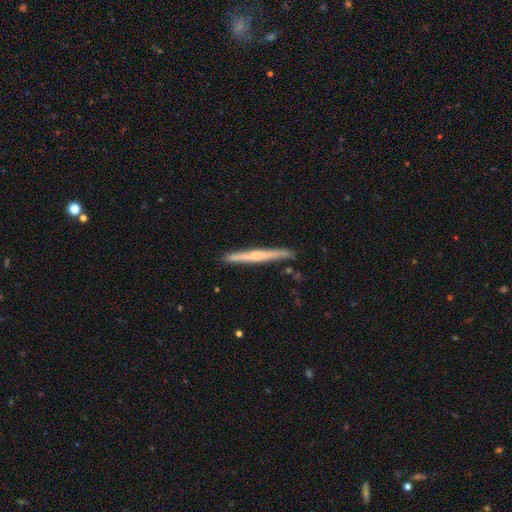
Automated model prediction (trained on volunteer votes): Overall: featured or disk (56%; smooth 39%). Edge-on disk: yes (97%). Edge-on bulge: none (53%; rounded 37%). Merging: none (89%).